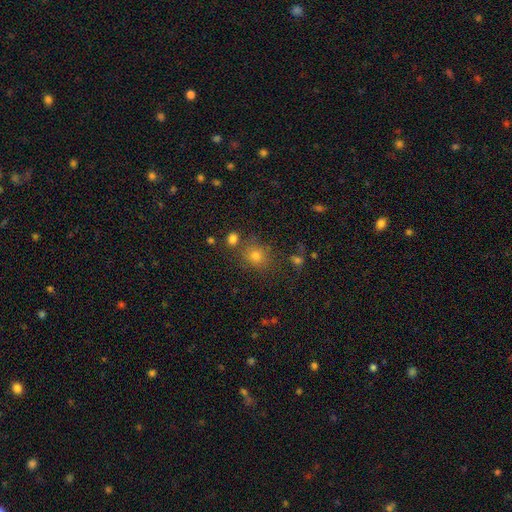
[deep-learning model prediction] smooth_or_featured: smooth (p=0.72) [alt: star or artifact p=0.21]
how_rounded: round (p=0.79) [alt: in between p=0.20]
merging: none (p=0.75) [alt: minor disturbance p=0.11]